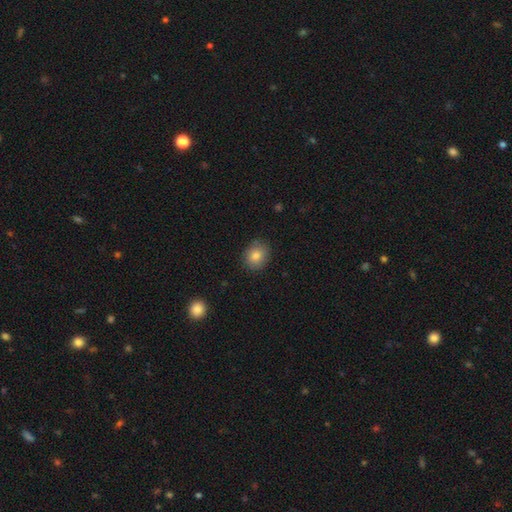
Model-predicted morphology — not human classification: smooth_or_featured: smooth (p=0.83) [alt: star or artifact p=0.09]
how_rounded: round (p=0.70) [alt: in between p=0.29]
merging: none (p=0.86) [alt: minor disturbance p=0.10]